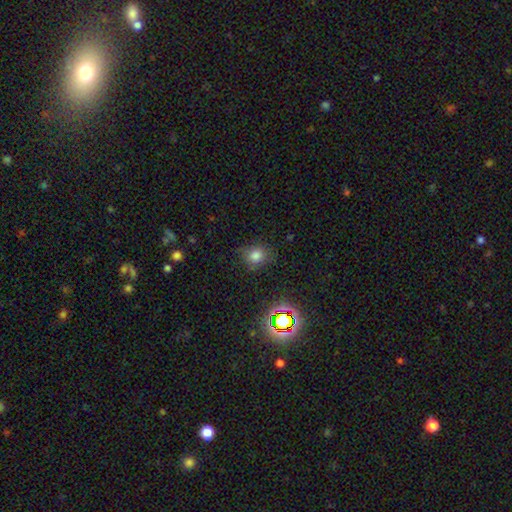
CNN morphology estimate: A smooth galaxy with no disk features (74%) that is round (70%).

Vote fractions:
- Smooth or featured? smooth: 74% / star or artifact: 19% / featured or disk: 7%
- How rounded? round: 70% / in between: 29% / cigar-shaped: 1%
- Merging? none: 73% / minor disturbance: 19% / major disturbance: 6% / merger: 2%